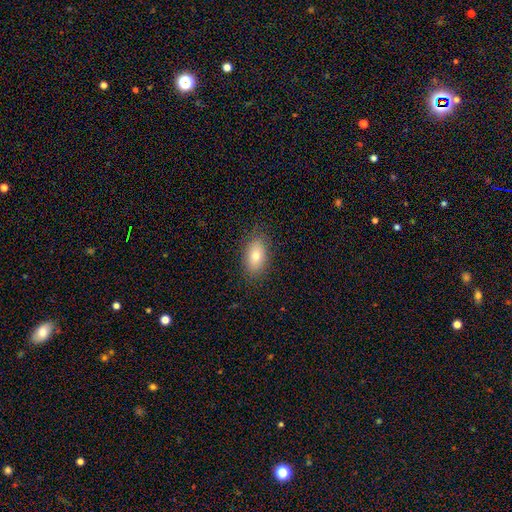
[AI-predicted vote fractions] The model was most divided on "smooth or featured": smooth: 77%, featured or disk: 14%, star or artifact: 8%. More confident: how rounded — in between (90%); merging — none (86%).